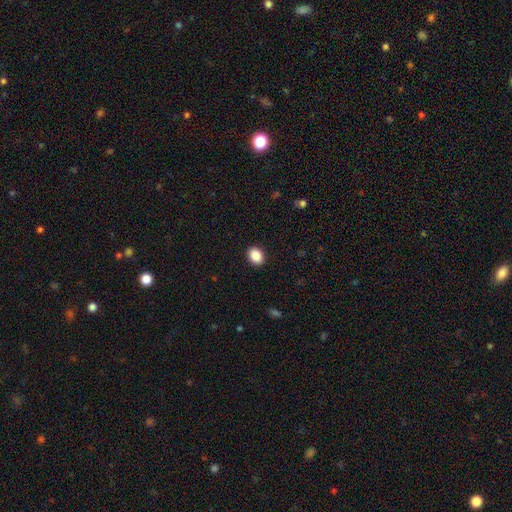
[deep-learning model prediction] Overall: smooth (89%). How rounded: in between (60%; round 39%). Merging: none (91%).